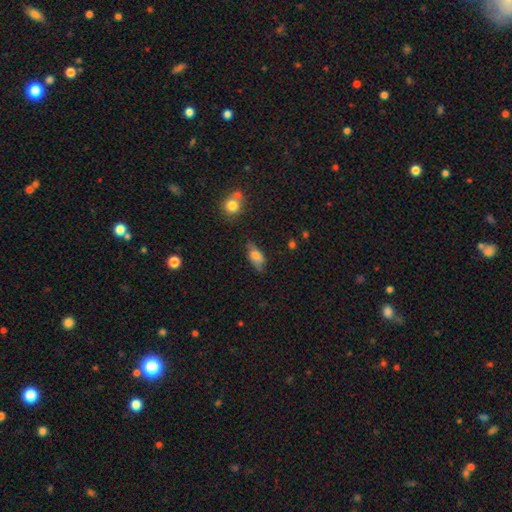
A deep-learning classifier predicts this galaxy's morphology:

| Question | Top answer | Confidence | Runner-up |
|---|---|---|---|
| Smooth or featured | smooth | 74% | featured or disk (17%) |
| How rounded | in between | 86% | cigar-shaped (8%) |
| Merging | none | 65% | minor disturbance (26%) |